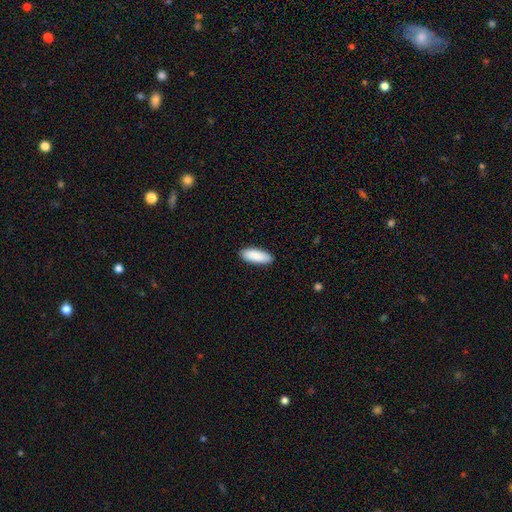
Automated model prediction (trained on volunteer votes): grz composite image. It shows a smooth galaxy with no disk features (90%) that is in between round and cigar-shaped (72%). Merging: none (89%).